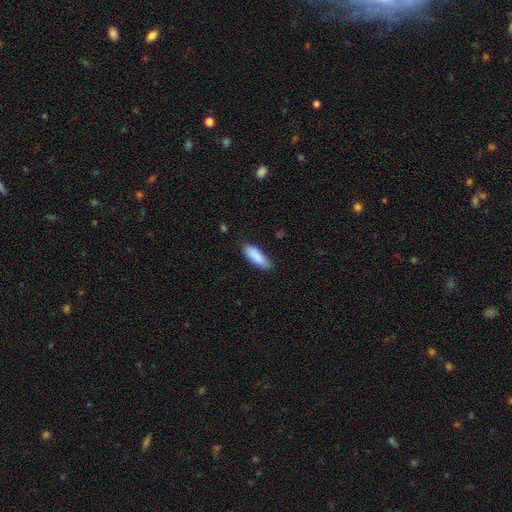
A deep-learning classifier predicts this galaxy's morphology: Smooth or featured?
  - smooth: 89% *
  - star or artifact: 6%
  - featured or disk: 5%
How rounded?
  - in between: 63% *
  - cigar-shaped: 35%
  - round: 2%
Merging?
  - none: 80% *
  - minor disturbance: 16%
  - major disturbance: 3%
  - merger: 1%